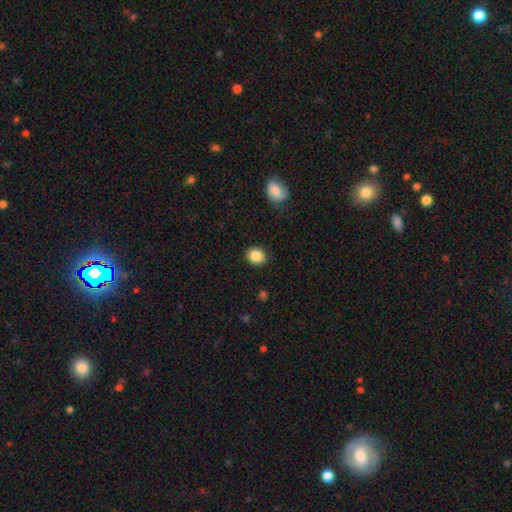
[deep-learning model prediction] smooth_or_featured: smooth (p=0.87) [alt: star or artifact p=0.09]
how_rounded: round (p=0.58) [alt: in between p=0.41]
merging: none (p=0.88) [alt: minor disturbance p=0.08]